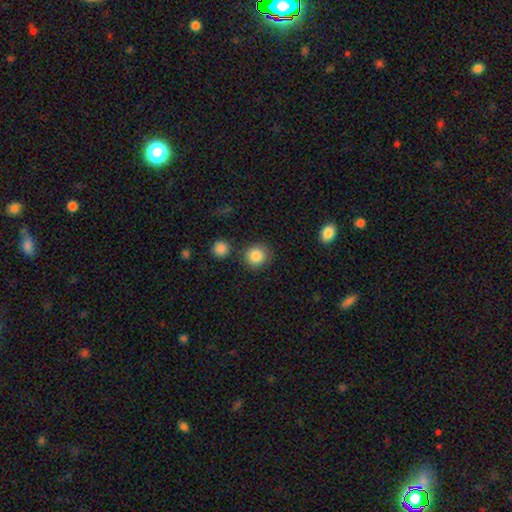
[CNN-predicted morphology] The model was most divided on "merging": none: 83%, minor disturbance: 9%, merger: 6%, major disturbance: 3%. More confident: how rounded — round (90%); smooth or featured — smooth (86%).